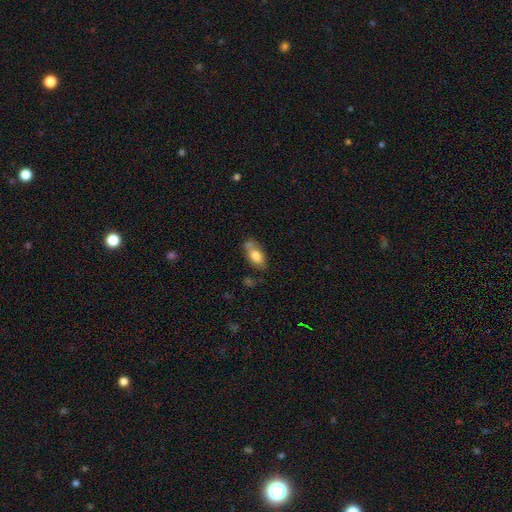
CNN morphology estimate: A smooth galaxy with no disk features (75%) that is in between round and cigar-shaped (89%). Merging: none (54%).